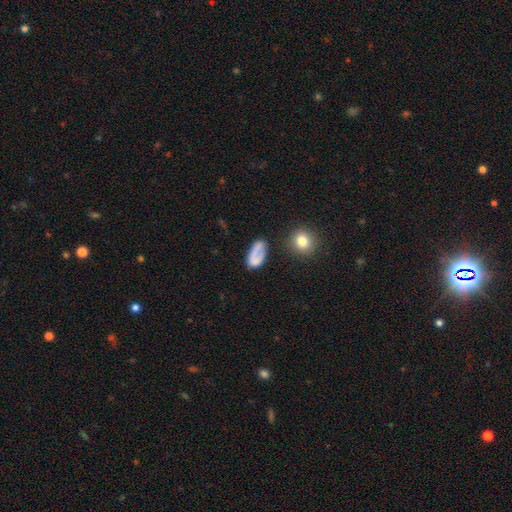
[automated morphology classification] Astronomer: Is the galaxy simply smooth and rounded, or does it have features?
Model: smooth — 60%.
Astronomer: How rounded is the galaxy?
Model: in between — 89%.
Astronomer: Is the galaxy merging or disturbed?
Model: none — 49% (runner-up: minor disturbance, 24%).